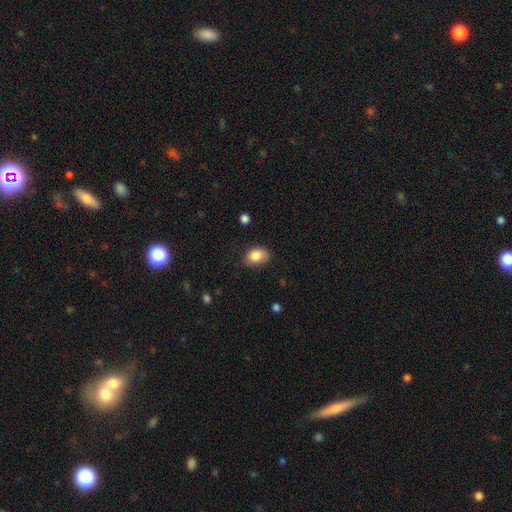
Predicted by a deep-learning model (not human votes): A smooth galaxy with no disk features (85%) that is in between round and cigar-shaped (77%).

Vote fractions:
- Smooth or featured? smooth: 85% / star or artifact: 8% / featured or disk: 7%
- How rounded? in between: 77% / round: 22% / cigar-shaped: 1%
- Merging? none: 73% / minor disturbance: 21% / major disturbance: 5% / merger: 1%